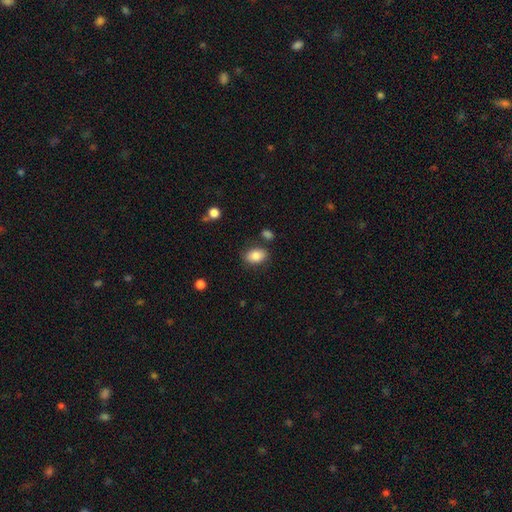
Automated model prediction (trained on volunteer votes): This is clearly a smooth galaxy (85%). How rounded: clearly in between (85%). Merging: likely none (80%).